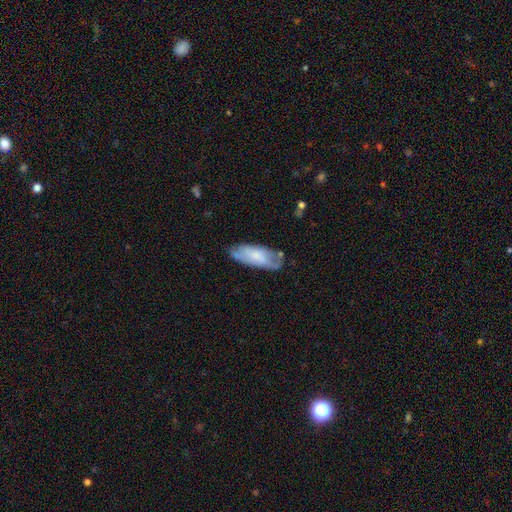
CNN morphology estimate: smooth_or_featured: smooth (p=0.57) [alt: featured or disk p=0.37]
how_rounded: in between (p=0.74) [alt: cigar-shaped p=0.24]
merging: none (p=0.65) [alt: minor disturbance p=0.26]